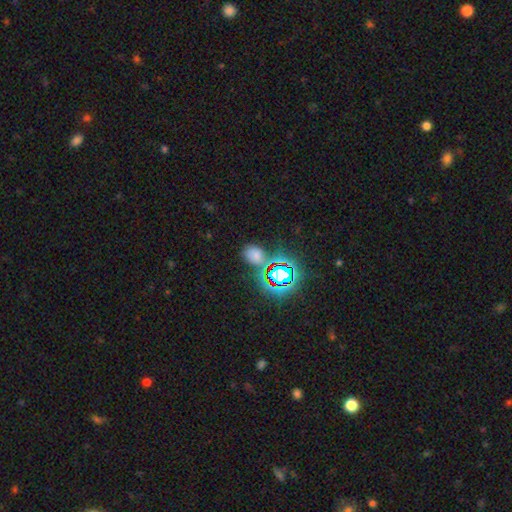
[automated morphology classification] Smooth or featured? Predicted: smooth (p=0.52). How rounded? Predicted: in between (p=0.65). Merging? Predicted: none (p=0.68).